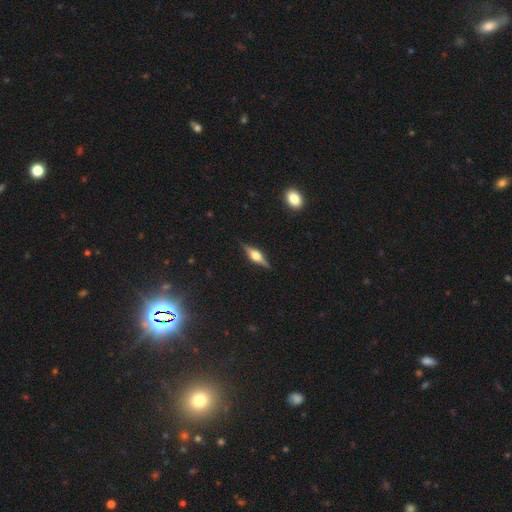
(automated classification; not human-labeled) Overall: featured or disk (74%). Edge-on disk: yes (97%). Edge-on bulge: rounded (92%). Merging: none (88%).